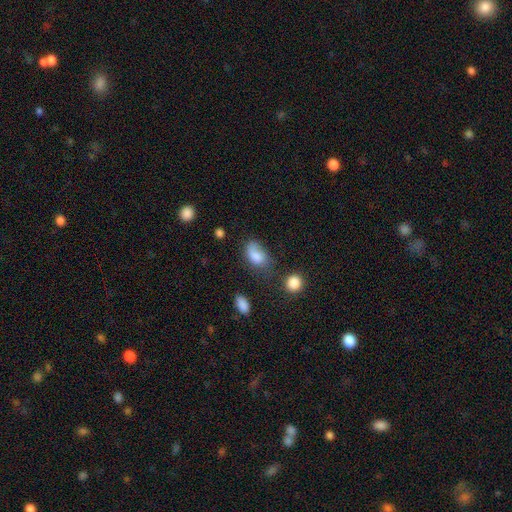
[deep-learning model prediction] Morphology: type=smooth (79%); roundness=in between (88%); merging=none (41%).